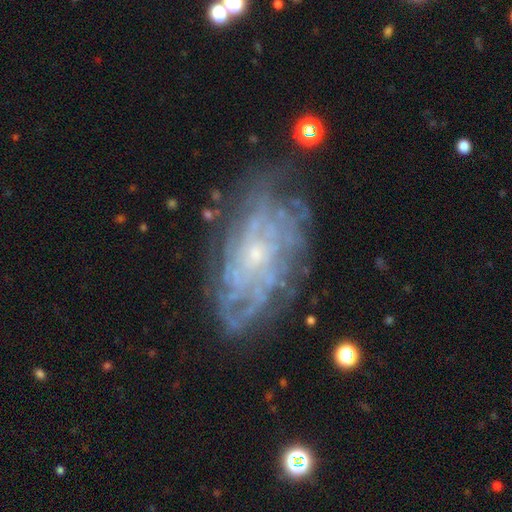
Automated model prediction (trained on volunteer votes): smooth-or-featured: featured or disk: 82% | smooth: 10% | star or artifact: 8%
  disk-edge-on: no: 95% | yes: 5%
    bar: no: 76% | weak: 19% | strong: 4%
    has-spiral-arms: yes: 89% | no: 11%
      spiral-winding: tight: 67% | medium: 25% | loose: 8%
      spiral-arm-count: can't tell: 48% | more than 4: 18% | 4: 14% | 3: 8% | 2: 7% | 1: 5%
    bulge-size: small: 78% | moderate: 16% | none: 4% | large: 1% | dominant: 1%
  merging: none: 72% | minor disturbance: 18% | major disturbance: 8% | merger: 2%